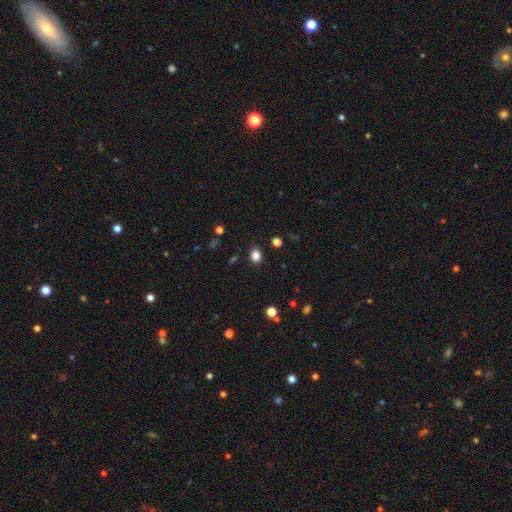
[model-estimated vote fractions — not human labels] smooth-or-featured: smooth: 84% | star or artifact: 12% | featured or disk: 4%
  how-rounded: in between: 60% | round: 39% | cigar-shaped: 1%
  merging: none: 88% | minor disturbance: 8% | major disturbance: 2% | merger: 2%